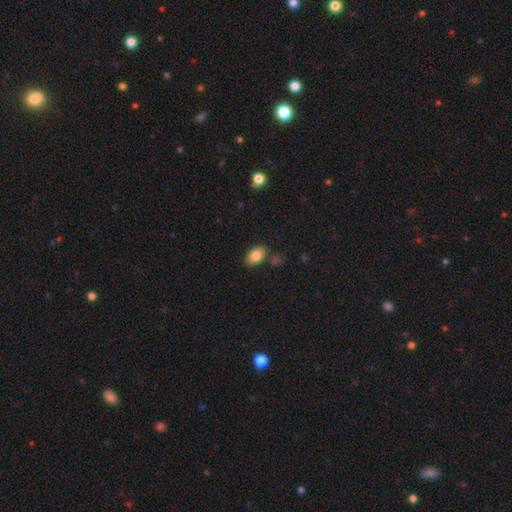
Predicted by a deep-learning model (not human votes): smooth_or_featured: smooth (p=0.82) [alt: featured or disk p=0.11]
how_rounded: in between (p=0.89) [alt: round p=0.10]
merging: none (p=0.80) [alt: minor disturbance p=0.12]